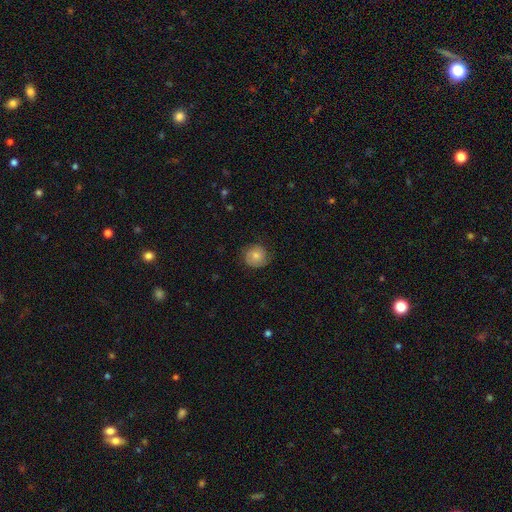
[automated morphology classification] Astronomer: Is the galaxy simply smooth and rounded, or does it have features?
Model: smooth — 69%.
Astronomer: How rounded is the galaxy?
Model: round — 89%.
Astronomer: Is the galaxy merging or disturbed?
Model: none — 75%.